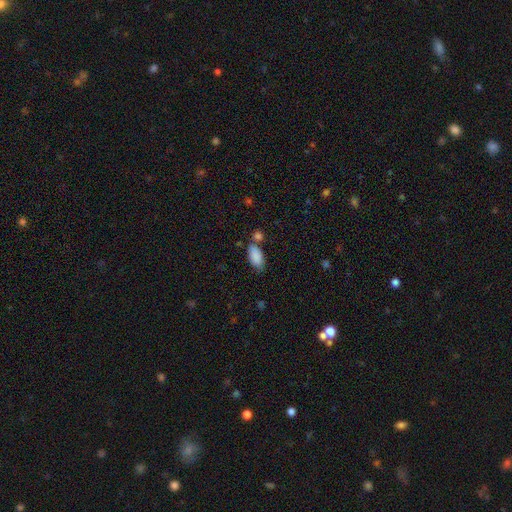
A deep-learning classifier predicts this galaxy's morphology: smooth-or-featured: smooth: 88% | star or artifact: 7% | featured or disk: 5%
  how-rounded: in between: 92% | cigar-shaped: 5% | round: 3%
  merging: none: 62% | merger: 17% | minor disturbance: 17% | major disturbance: 5%